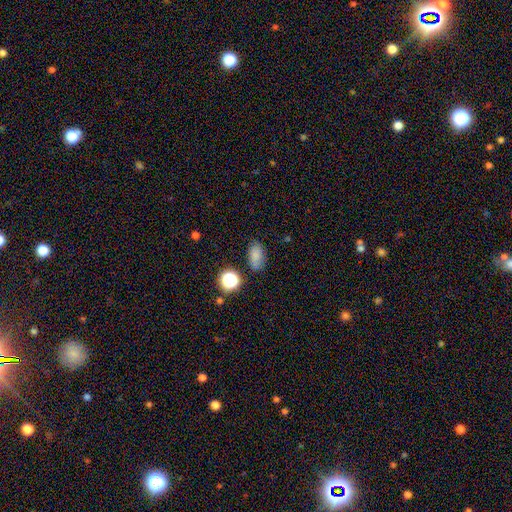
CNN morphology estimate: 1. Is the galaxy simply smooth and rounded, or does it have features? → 77% smooth, 15% star or artifact, 8% featured or disk.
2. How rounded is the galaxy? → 85% in between, 13% round, 2% cigar-shaped.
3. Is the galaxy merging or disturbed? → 72% none, 20% minor disturbance, 5% major disturbance, 4% merger.